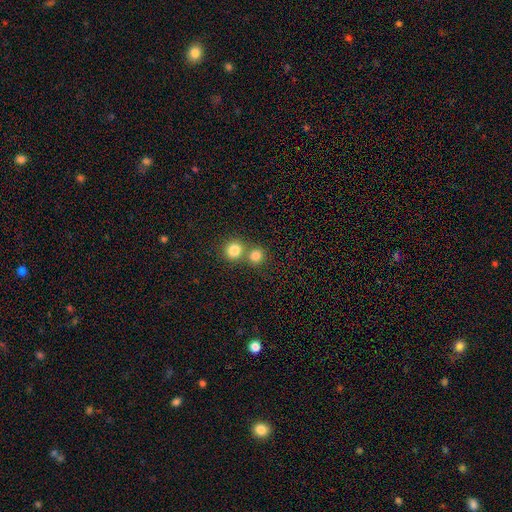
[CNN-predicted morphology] smooth_or_featured: smooth (p=0.81) [alt: star or artifact p=0.12]
how_rounded: round (p=0.88) [alt: in between p=0.11]
merging: none (p=0.55) [alt: merger p=0.38]